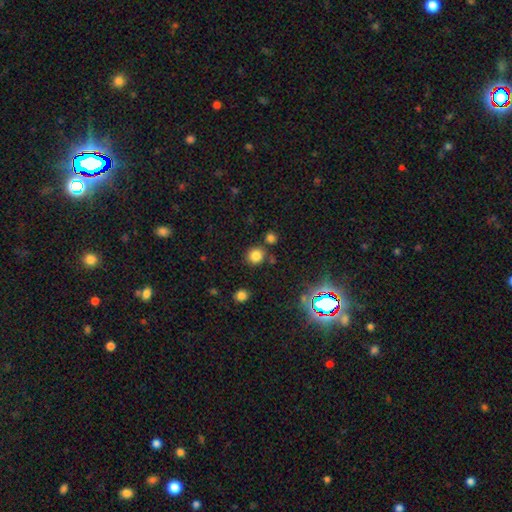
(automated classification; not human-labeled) Smooth or featured?
  - smooth: 79% *
  - star or artifact: 16%
  - featured or disk: 5%
How rounded?
  - round: 89% *
  - in between: 10%
  - cigar-shaped: 1%
Merging?
  - none: 81% *
  - minor disturbance: 8%
  - merger: 8%
  - major disturbance: 3%